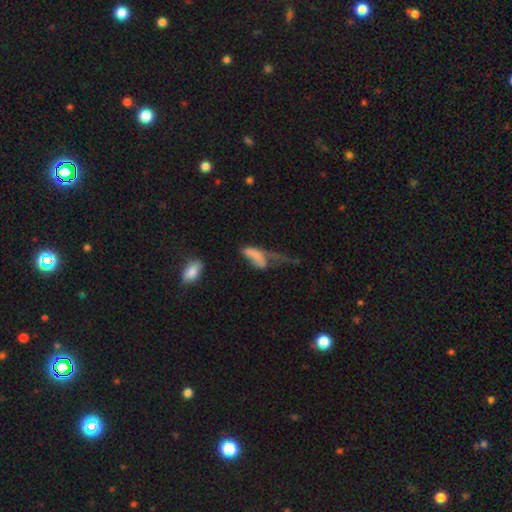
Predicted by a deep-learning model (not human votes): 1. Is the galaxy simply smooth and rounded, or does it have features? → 60% smooth, 29% featured or disk, 11% star or artifact.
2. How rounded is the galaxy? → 73% in between, 23% cigar-shaped, 4% round.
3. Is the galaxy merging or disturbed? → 58% major disturbance, 15% minor disturbance, 14% none, 13% merger.